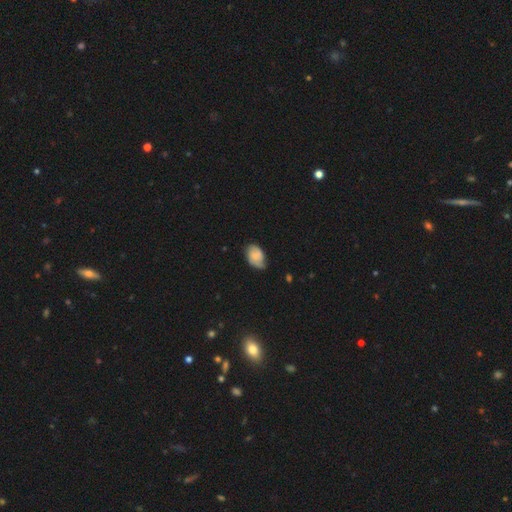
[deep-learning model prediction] Q: Smooth or featured?
A: smooth (63%); runner-up: featured or disk (29%)
Q: How rounded?
A: in between (87%); runner-up: round (12%)
Q: Merging?
A: none (57%); runner-up: minor disturbance (34%)